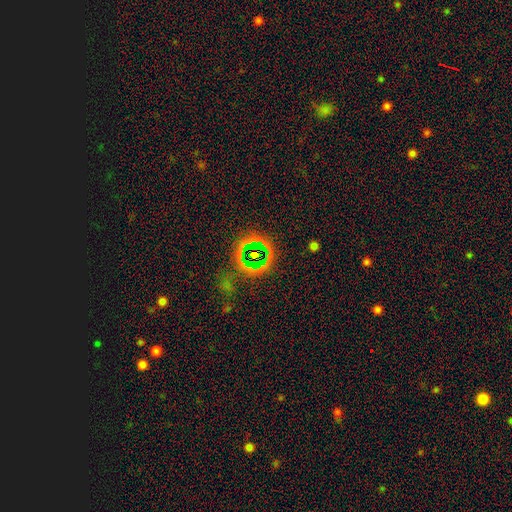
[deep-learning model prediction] Q: Smooth or featured?
A: star or artifact (72%); runner-up: smooth (17%)